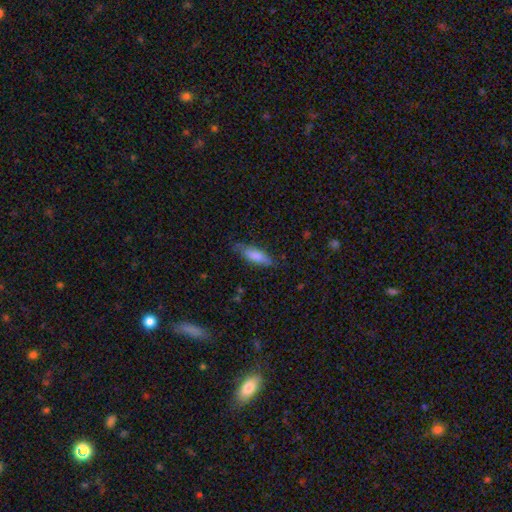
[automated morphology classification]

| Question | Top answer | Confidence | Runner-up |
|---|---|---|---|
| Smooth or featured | smooth | 80% | featured or disk (14%) |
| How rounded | in between | 55% | cigar-shaped (43%) |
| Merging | none | 69% | minor disturbance (24%) |